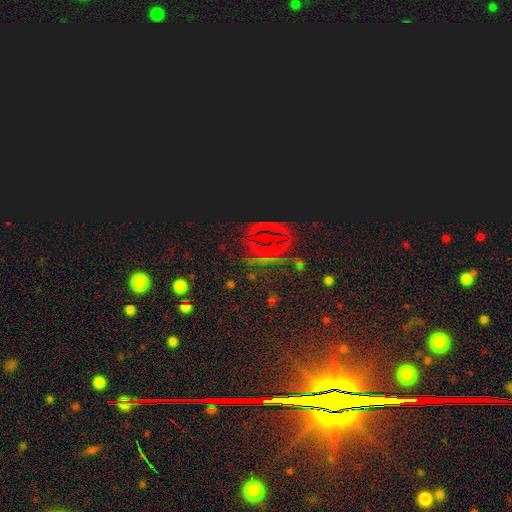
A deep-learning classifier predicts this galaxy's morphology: A star or artifact, not a galaxy (78%).

Vote fractions:
- Smooth or featured? star or artifact: 78% / smooth: 11% / featured or disk: 11%